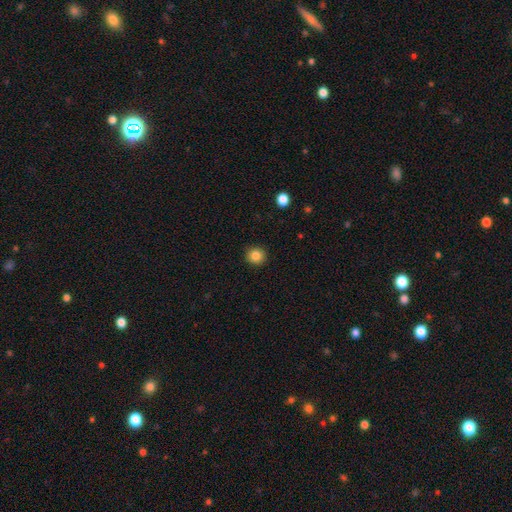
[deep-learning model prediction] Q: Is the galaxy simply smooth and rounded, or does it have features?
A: smooth — 84%.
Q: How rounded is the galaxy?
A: round — 92%.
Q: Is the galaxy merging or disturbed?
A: none — 92%.